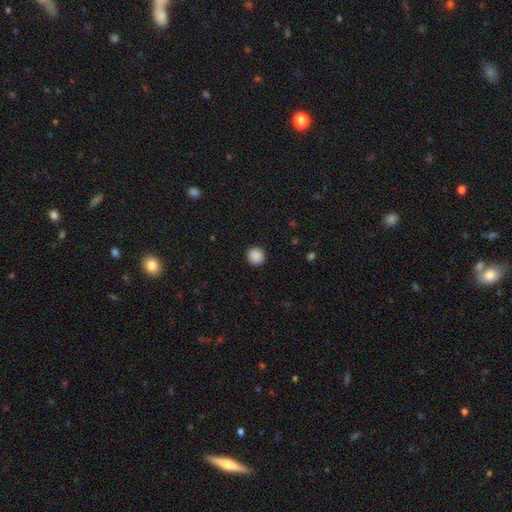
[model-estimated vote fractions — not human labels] Smooth or featured? Predicted: smooth (p=0.89). How rounded? Predicted: round (p=0.93). Merging? Predicted: none (p=0.92).